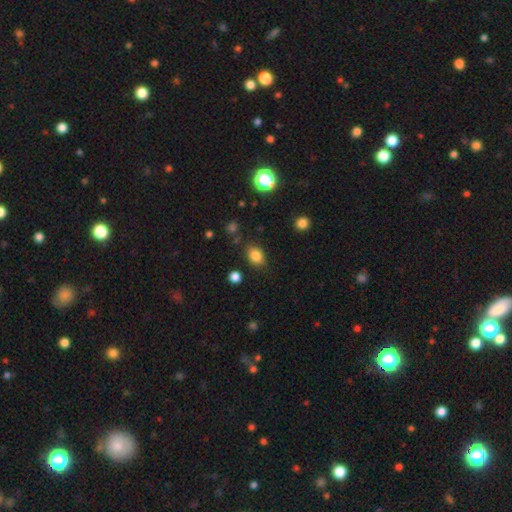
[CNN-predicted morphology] type=smooth (82%); roundness=in between (69%); merging=none (79%).